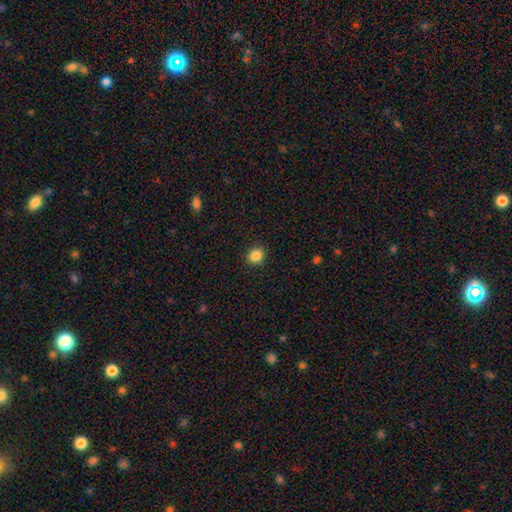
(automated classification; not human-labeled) Smooth or featured: smooth — 86% (star or artifact — 11%)
How rounded: round — 84% (in between — 15%)
Merging: none — 91% (minor disturbance — 6%)